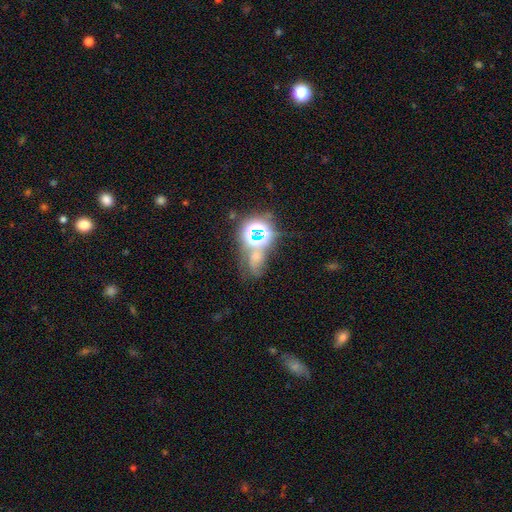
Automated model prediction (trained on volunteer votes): Smooth or featured? star or artifact (55%)